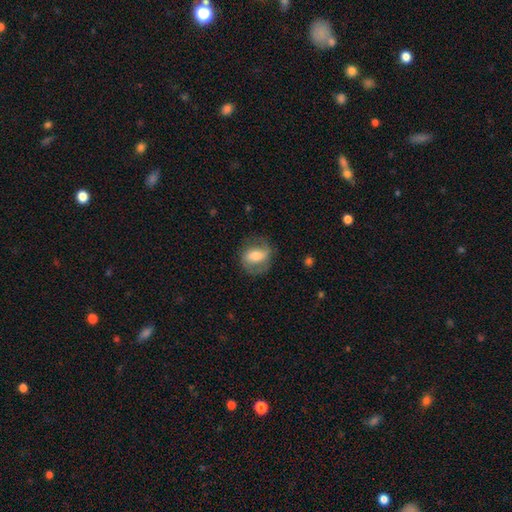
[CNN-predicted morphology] Smooth or featured: featured or disk — 50% (smooth — 42%)
Edge-on disk: no — 93% (yes — 7%)
Merging: none — 73% (minor disturbance — 17%)